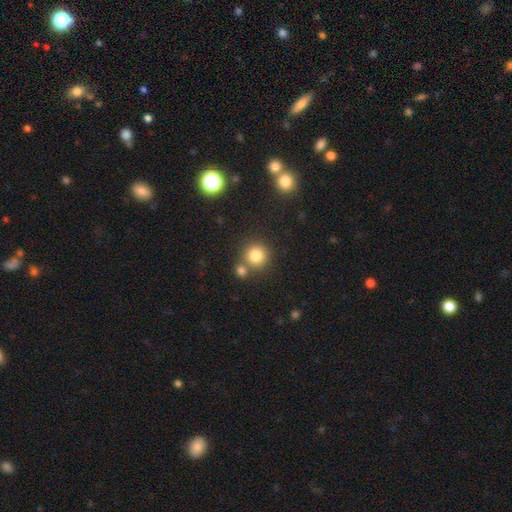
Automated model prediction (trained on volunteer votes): Morphology: type=smooth (82%); roundness=round (92%); merging=none (68%).